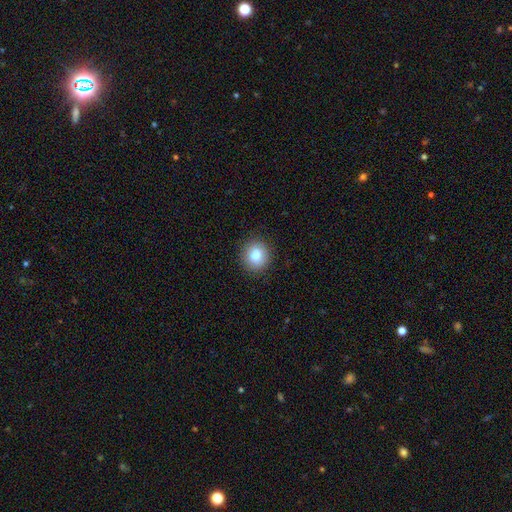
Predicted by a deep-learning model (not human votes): smooth-or-featured: smooth: 79% | featured or disk: 11% | star or artifact: 9%
  how-rounded: round: 85% | in between: 14% | cigar-shaped: 1%
  merging: none: 89% | minor disturbance: 8% | major disturbance: 2% | merger: 1%